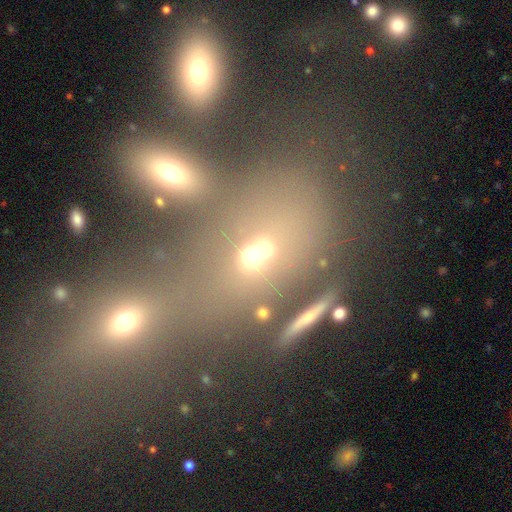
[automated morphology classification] This appears to be a smooth galaxy with no disk features (54%) that is in between round and cigar-shaped (71%). Merging: merger (49%).